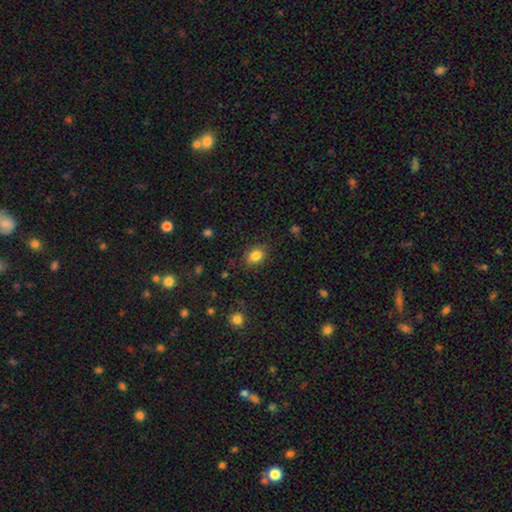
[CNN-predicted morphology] smooth_or_featured: smooth (p=0.84) [alt: star or artifact p=0.10]
how_rounded: in between (p=0.64) [alt: round p=0.35]
merging: none (p=0.84) [alt: minor disturbance p=0.11]